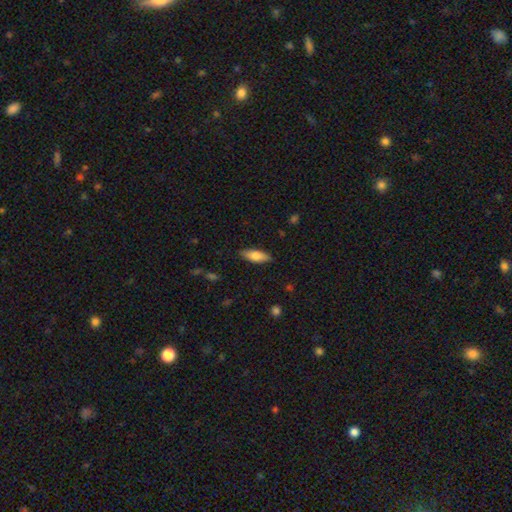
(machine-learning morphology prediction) smooth 79%, featured or disk 15%, star or artifact 6%. Down the decision tree: how rounded — in between (69%); merging — none (86%).